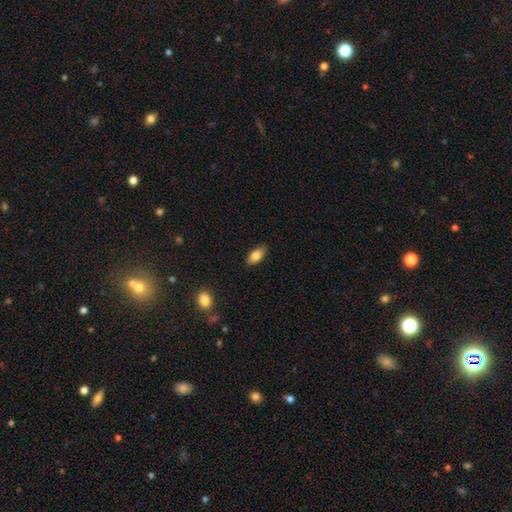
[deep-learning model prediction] Smooth or featured? Predicted: smooth (p=0.82). How rounded? Predicted: in between (p=0.89). Merging? Predicted: none (p=0.86).